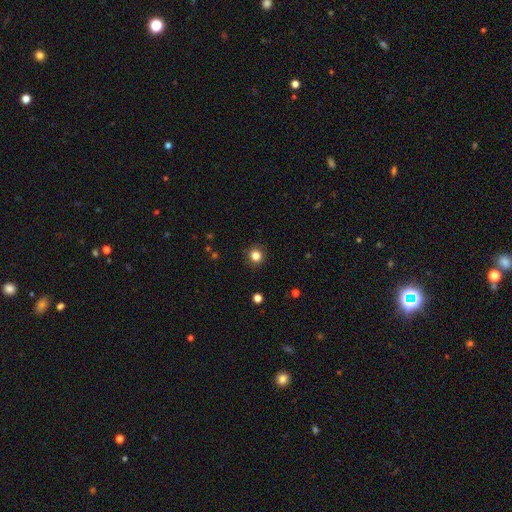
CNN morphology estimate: This is clearly a smooth galaxy (83%). How rounded: clearly round (94%). Merging: clearly none (91%).